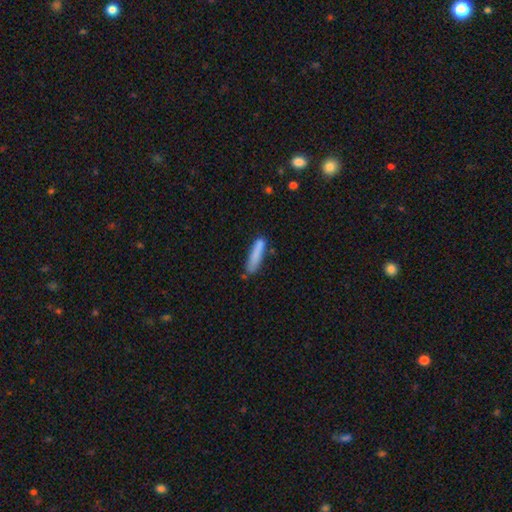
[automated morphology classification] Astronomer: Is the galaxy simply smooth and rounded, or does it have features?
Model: smooth — 82%.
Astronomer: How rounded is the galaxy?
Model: cigar-shaped — 85%.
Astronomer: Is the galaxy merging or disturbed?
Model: none — 69%.